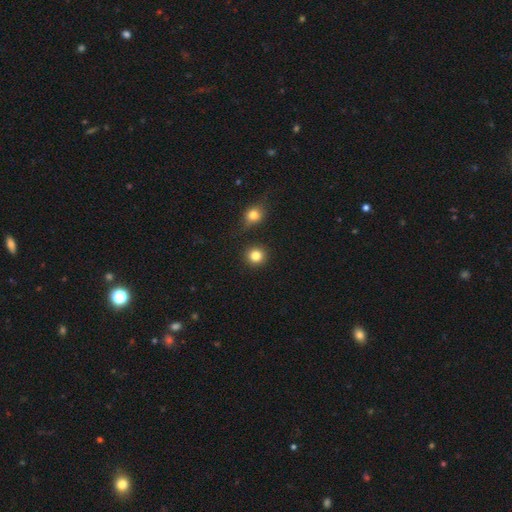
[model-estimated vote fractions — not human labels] A smooth galaxy with no disk features (83%) that is round (91%).

Vote fractions:
- Smooth or featured? smooth: 83% / star or artifact: 11% / featured or disk: 6%
- How rounded? round: 91% / in between: 8% / cigar-shaped: 1%
- Merging? none: 86% / minor disturbance: 7% / merger: 5% / major disturbance: 3%